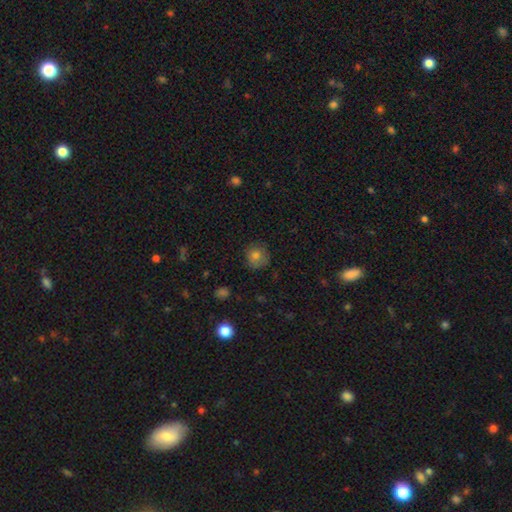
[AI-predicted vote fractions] A smooth galaxy with no disk features (79%) that is round (88%).

Vote fractions:
- Smooth or featured? smooth: 79% / star or artifact: 11% / featured or disk: 10%
- How rounded? round: 88% / in between: 11% / cigar-shaped: 1%
- Merging? none: 73% / minor disturbance: 20% / major disturbance: 5% / merger: 2%